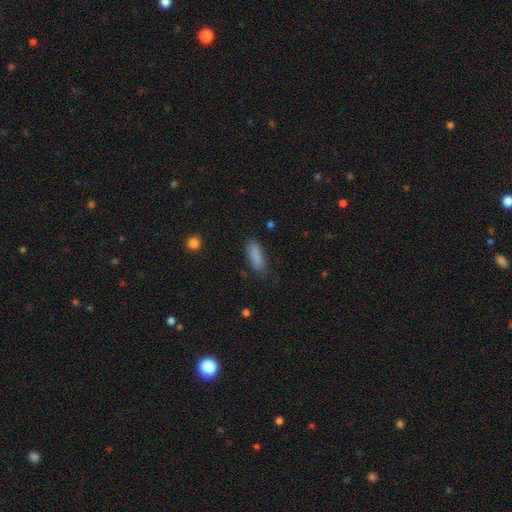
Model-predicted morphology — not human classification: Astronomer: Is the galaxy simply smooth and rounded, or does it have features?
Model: smooth — 88%.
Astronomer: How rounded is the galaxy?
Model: in between — 72%.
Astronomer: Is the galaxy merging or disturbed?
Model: none — 80%.